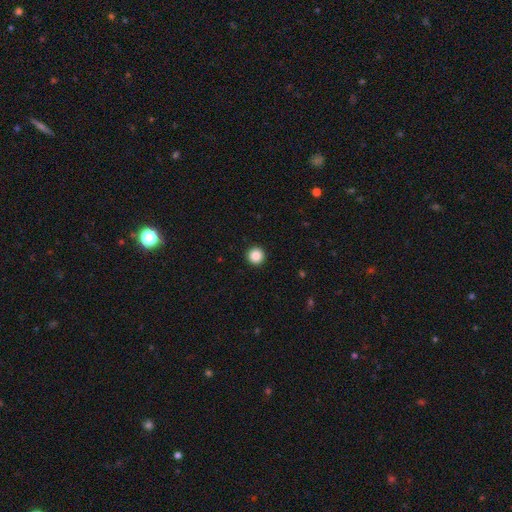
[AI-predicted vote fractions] Smooth or featured? smooth (87%)
How rounded? round (96%)
Merging? none (94%)